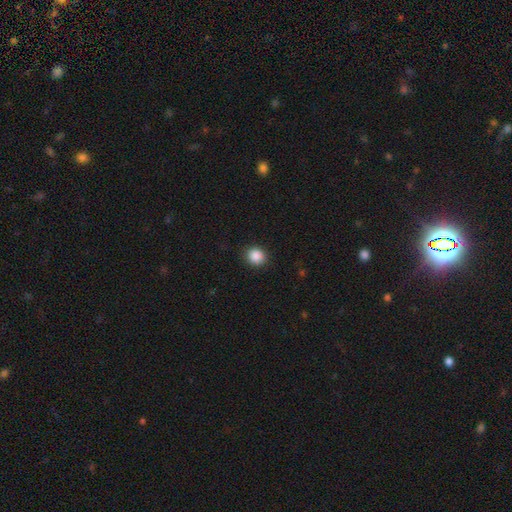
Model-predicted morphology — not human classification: A smooth galaxy with no disk features (87%) that is round (82%). Merging: none (89%).